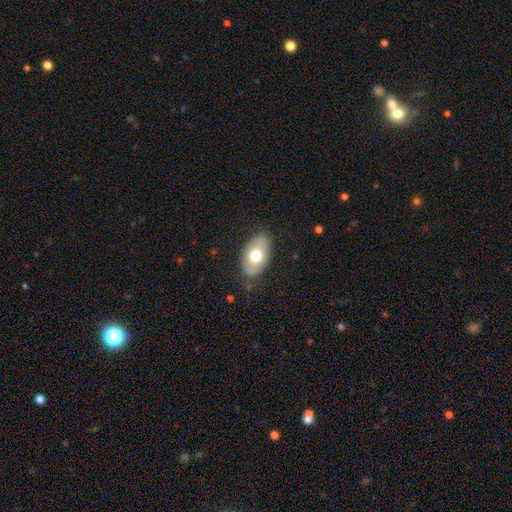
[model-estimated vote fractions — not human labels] This appears to be a smooth galaxy with no disk features (64%) that is in between round and cigar-shaped (91%). Merging: none (80%).